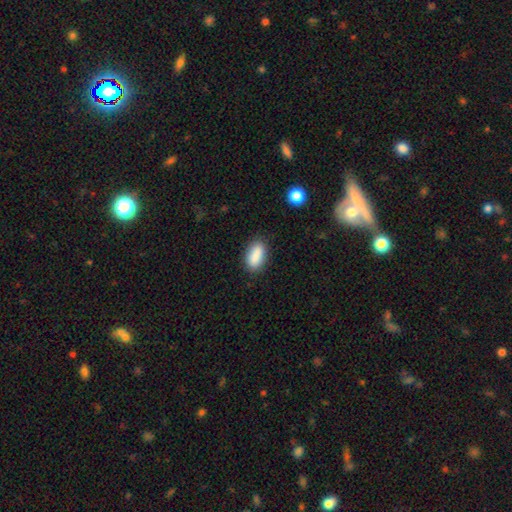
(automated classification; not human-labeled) A smooth galaxy with no disk features (88%) that is in between round and cigar-shaped (87%). Merging: none (84%).